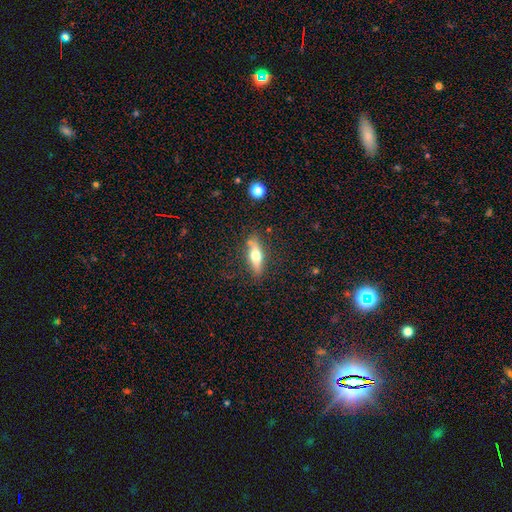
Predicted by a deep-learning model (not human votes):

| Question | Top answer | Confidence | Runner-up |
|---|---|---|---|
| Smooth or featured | smooth | 51% | featured or disk (42%) |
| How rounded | cigar-shaped | 59% | in between (38%) |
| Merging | none | 80% | minor disturbance (13%) |